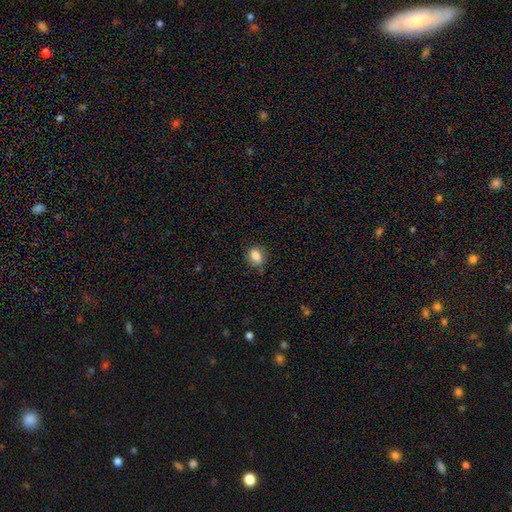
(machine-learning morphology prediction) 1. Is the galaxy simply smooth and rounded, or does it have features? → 82% smooth, 9% star or artifact, 9% featured or disk.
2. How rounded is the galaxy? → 64% in between, 34% round, 2% cigar-shaped.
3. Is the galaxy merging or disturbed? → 76% none, 18% minor disturbance, 4% major disturbance, 2% merger.